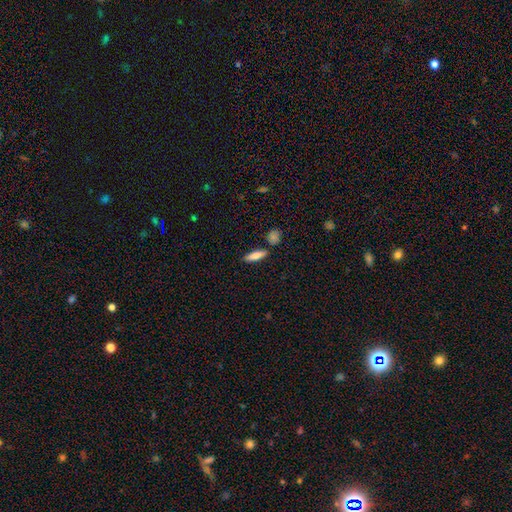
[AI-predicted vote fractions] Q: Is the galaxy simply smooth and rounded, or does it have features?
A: smooth — 79%.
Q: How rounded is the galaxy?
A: cigar-shaped — 57%.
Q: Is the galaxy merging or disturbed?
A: none — 82%.